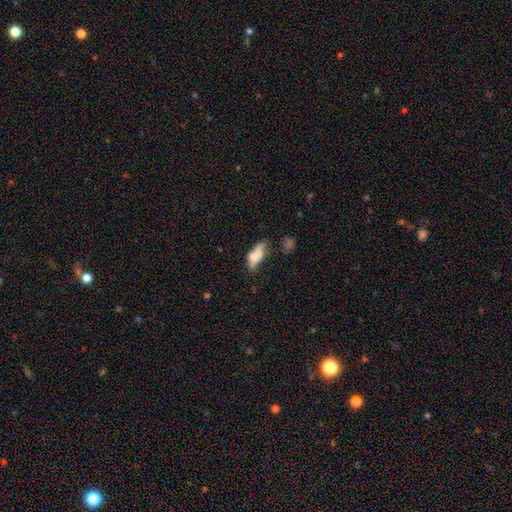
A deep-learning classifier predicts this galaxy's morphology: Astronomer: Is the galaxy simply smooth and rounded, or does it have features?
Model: smooth — 58%.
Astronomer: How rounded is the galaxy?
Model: in between — 73%.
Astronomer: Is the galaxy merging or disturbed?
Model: none — 29% (runner-up: merger, 27%).